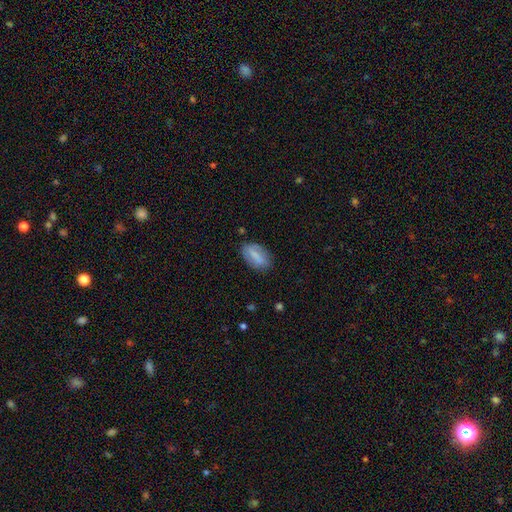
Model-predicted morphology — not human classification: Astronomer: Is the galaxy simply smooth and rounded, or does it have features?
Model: smooth — 69%.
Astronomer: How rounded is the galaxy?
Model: in between — 88%.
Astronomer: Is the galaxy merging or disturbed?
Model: none — 79%.